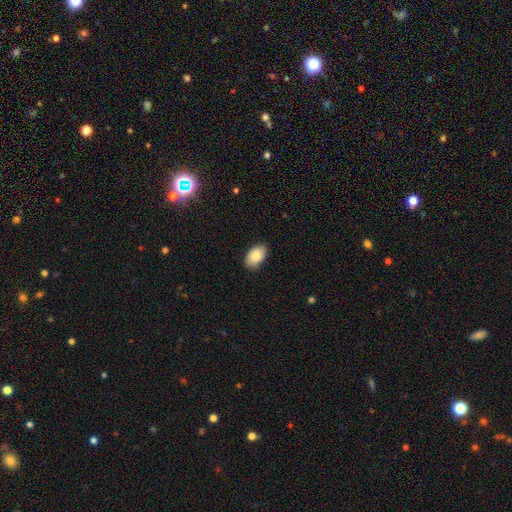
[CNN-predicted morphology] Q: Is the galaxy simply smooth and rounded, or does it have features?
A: smooth — 85%.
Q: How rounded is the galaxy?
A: in between — 91%.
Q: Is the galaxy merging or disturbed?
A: none — 81%.